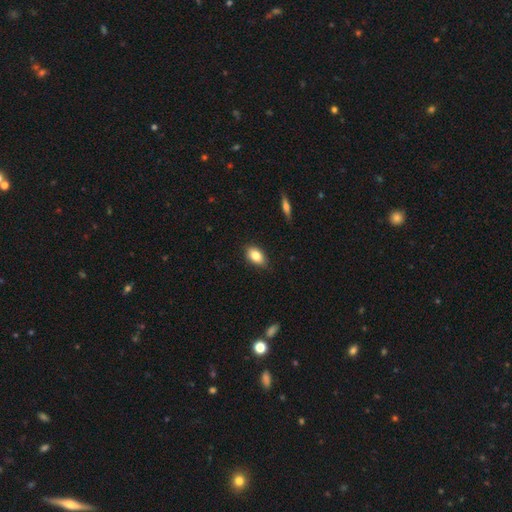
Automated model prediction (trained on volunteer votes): smooth-or-featured: smooth: 81% | featured or disk: 11% | star or artifact: 8%
  how-rounded: in between: 89% | round: 7% | cigar-shaped: 3%
  merging: none: 86% | minor disturbance: 11% | major disturbance: 2% | merger: 1%